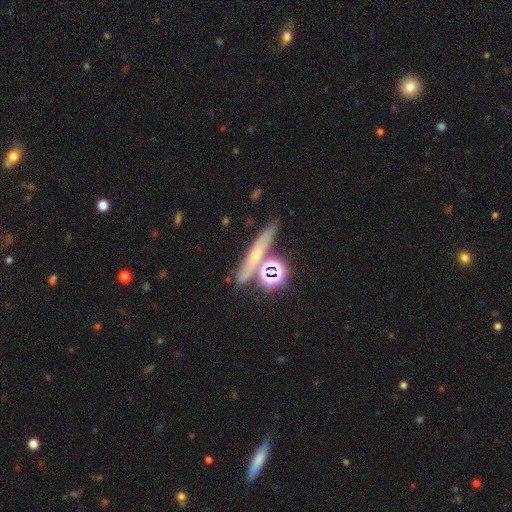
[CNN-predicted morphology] Overall: smooth (36%; star or artifact 33%). Merging: none (75%).